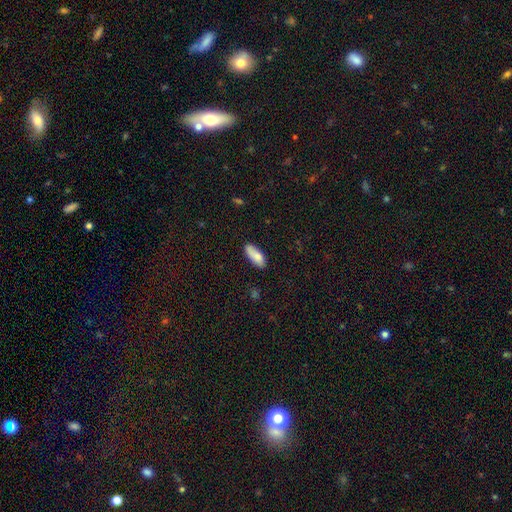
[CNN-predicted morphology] type=smooth (83%); roundness=in between (74%); merging=none (79%).